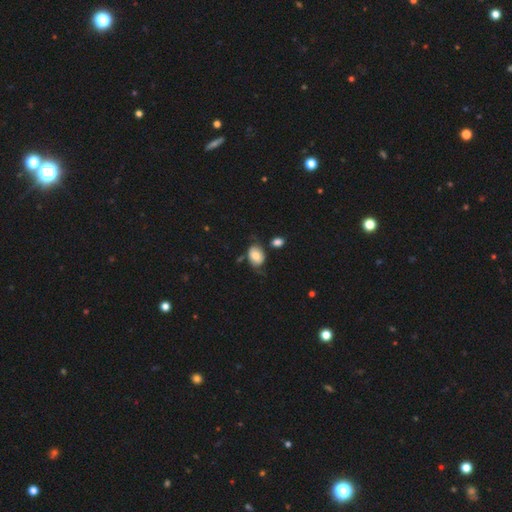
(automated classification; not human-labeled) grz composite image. It shows a smooth galaxy with no disk features (60%) that is in between round and cigar-shaped (71%). Merging: none (54%).